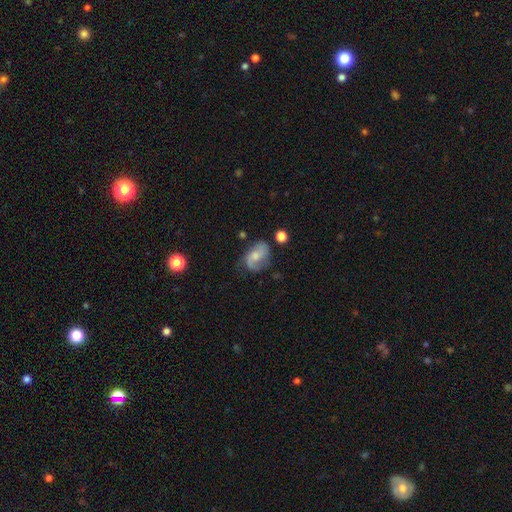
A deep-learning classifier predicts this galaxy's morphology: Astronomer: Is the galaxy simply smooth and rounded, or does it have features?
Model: featured or disk — 54% (runner-up: smooth, 38%).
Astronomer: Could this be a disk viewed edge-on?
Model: no — 96%.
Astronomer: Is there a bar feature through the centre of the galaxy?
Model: no — 57% (runner-up: weak, 35%).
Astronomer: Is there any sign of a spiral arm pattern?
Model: yes — 84%.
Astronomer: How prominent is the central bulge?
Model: moderate — 49% (runner-up: small, 34%).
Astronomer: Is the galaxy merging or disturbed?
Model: none — 54%.